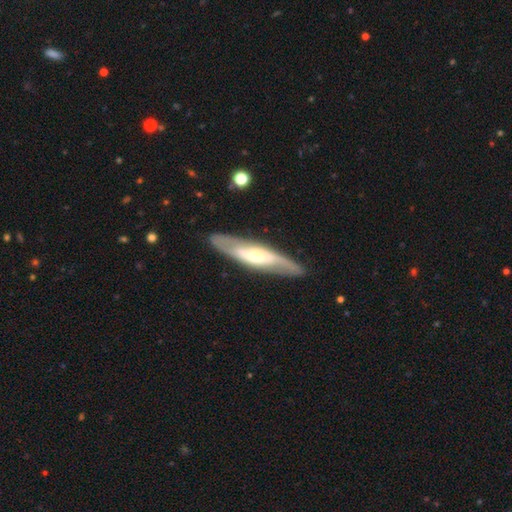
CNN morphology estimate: This is likely a featured or disk galaxy (68%). It is possibly not viewed edge-on (60%). Merging: clearly none (85%).